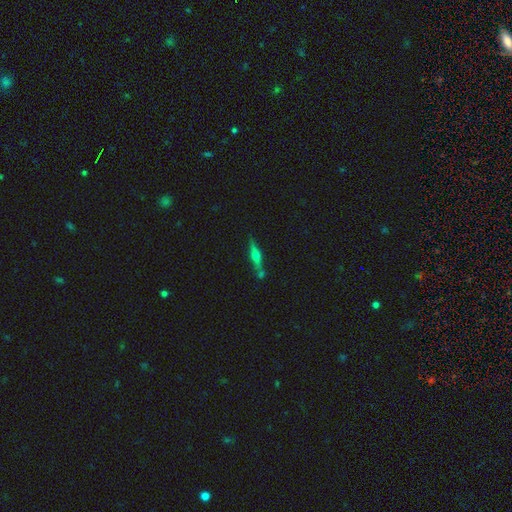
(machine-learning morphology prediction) Smooth or featured: featured or disk — 69% (smooth — 24%)
Edge-on disk: yes — 96% (no — 4%)
Edge-on bulge: rounded — 92% (boxy — 4%)
Merging: none — 75% (merger — 11%)